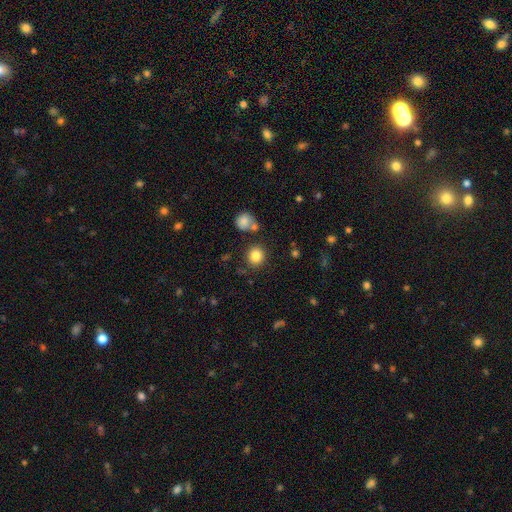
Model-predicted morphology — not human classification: type=smooth (84%); roundness=round (88%); merging=none (83%).